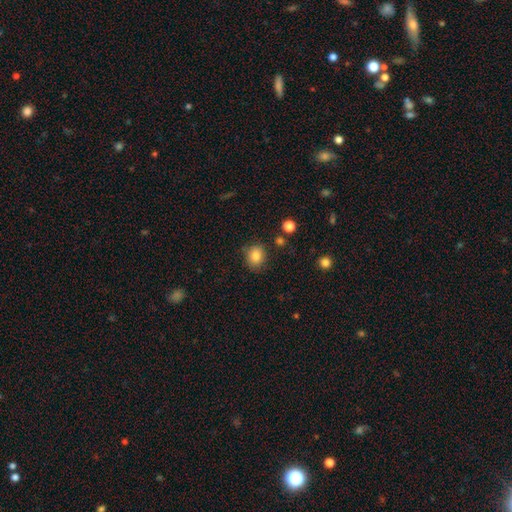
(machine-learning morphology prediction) smooth 83%, star or artifact 10%, featured or disk 6%. Down the decision tree: how rounded — round (63%); merging — none (80%).